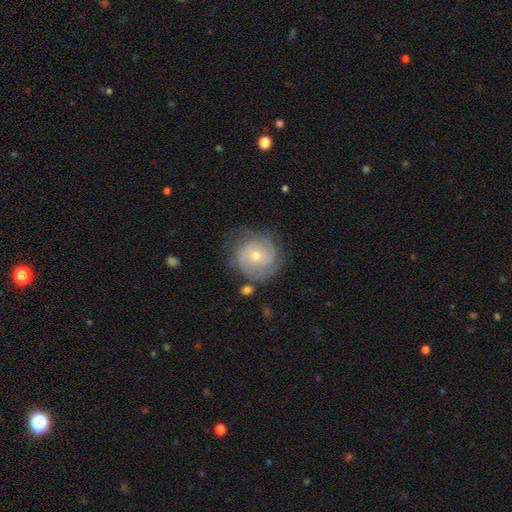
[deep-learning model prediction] This appears to be a featured or disk galaxy (73%) with no bar (77%), tight (69%) spiral arms (89%) and a small central bulge (55%). Merging: none (72%).